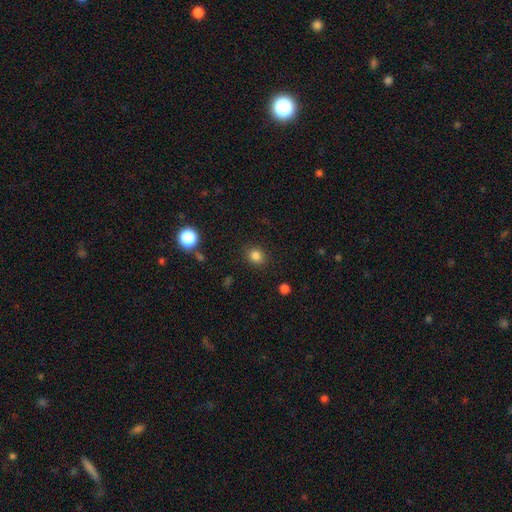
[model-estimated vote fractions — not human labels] The model was most divided on "how rounded": round: 70%, in between: 29%, cigar-shaped: 1%. More confident: merging — none (88%); smooth or featured — smooth (83%).